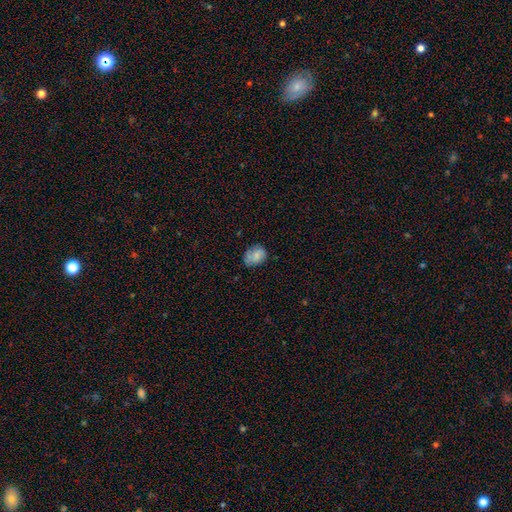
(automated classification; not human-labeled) Smooth or featured: smooth — 74% (featured or disk — 17%)
How rounded: in between — 60% (round — 39%)
Merging: none — 61% (minor disturbance — 28%)